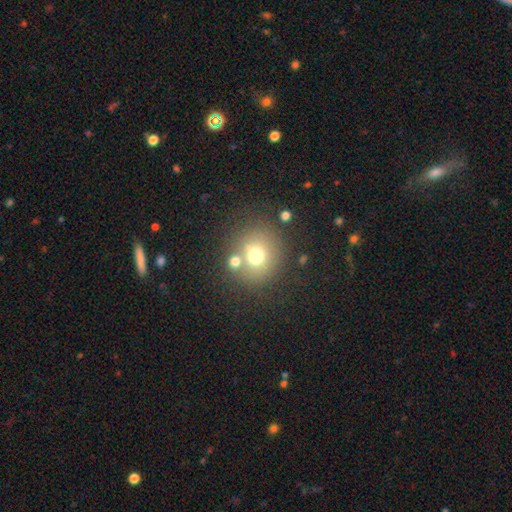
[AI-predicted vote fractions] This appears to be a smooth galaxy with no disk features (68%) that is round (85%). Merging: none (66%).